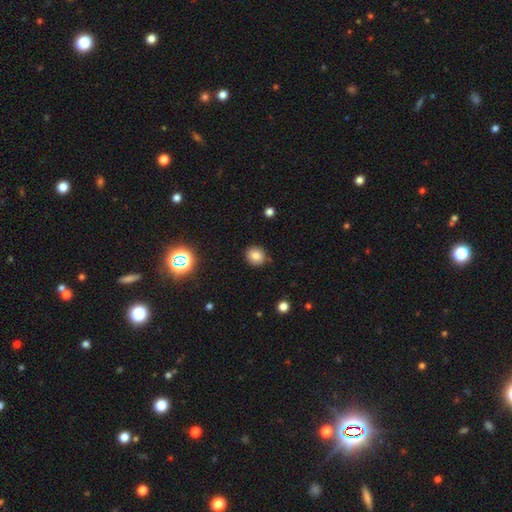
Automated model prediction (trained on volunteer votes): smooth-or-featured: smooth: 79% | star or artifact: 13% | featured or disk: 9%
  how-rounded: round: 87% | in between: 12% | cigar-shaped: 1%
  merging: none: 87% | minor disturbance: 9% | merger: 2% | major disturbance: 2%